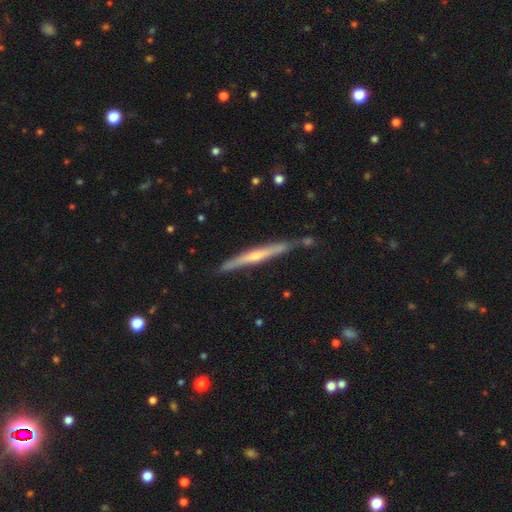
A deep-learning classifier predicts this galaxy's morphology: smooth-or-featured: featured or disk: 66% | smooth: 29% | star or artifact: 6%
  disk-edge-on: yes: 96% | no: 4%
    edge-on-bulge: rounded: 58% | none: 36% | boxy: 6%
  merging: none: 76% | minor disturbance: 16% | merger: 5% | major disturbance: 3%